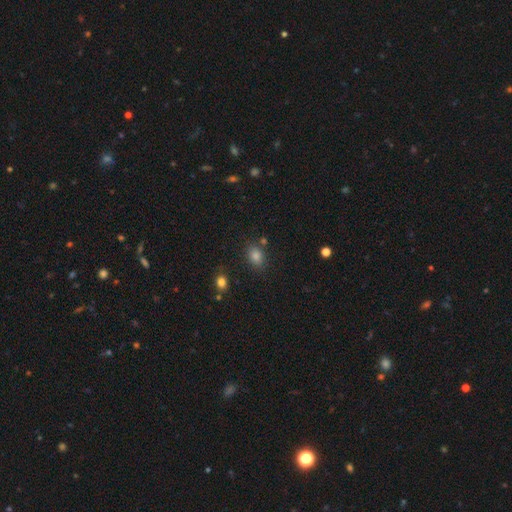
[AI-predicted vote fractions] Smooth or featured? Predicted: smooth (p=0.79). How rounded? Predicted: in between (p=0.68). Merging? Predicted: none (p=0.79).